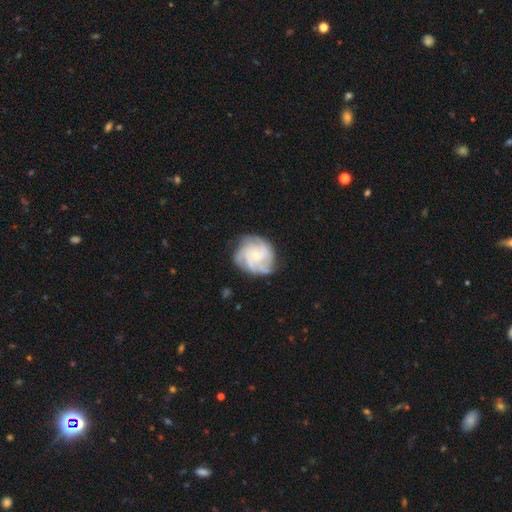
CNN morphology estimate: This appears to be a featured or disk galaxy (81%) with no bar (75%), 4 (34%) tight (60%) spiral arms (96%) and a small central bulge (70%). Merging: none (75%).